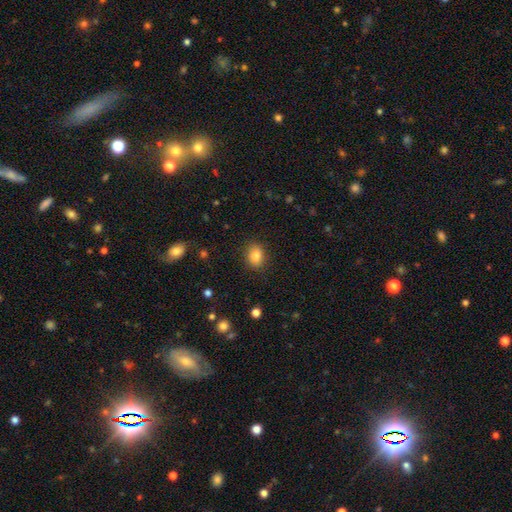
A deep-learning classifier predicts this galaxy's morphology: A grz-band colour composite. It shows a smooth galaxy with no disk features (85%) that is in between round and cigar-shaped (66%). Merging: none (86%).